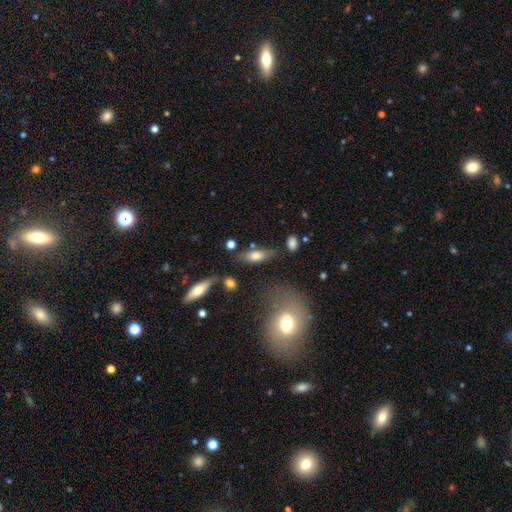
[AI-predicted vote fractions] Overall: smooth (71%). How rounded: in between (73%). Merging: none (64%).